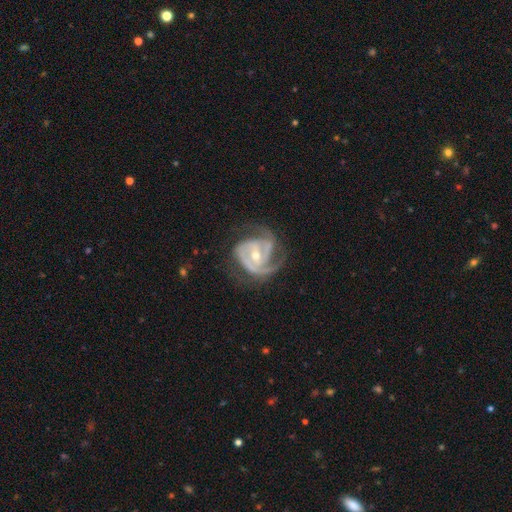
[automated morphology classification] type=featured or disk (90%); edge-on=no (98%); bar=no (40%); spiral arms=yes (97%); winding=tight (51%); arm count=3 (42%); bulge=moderate (51%); merging=none (58%).